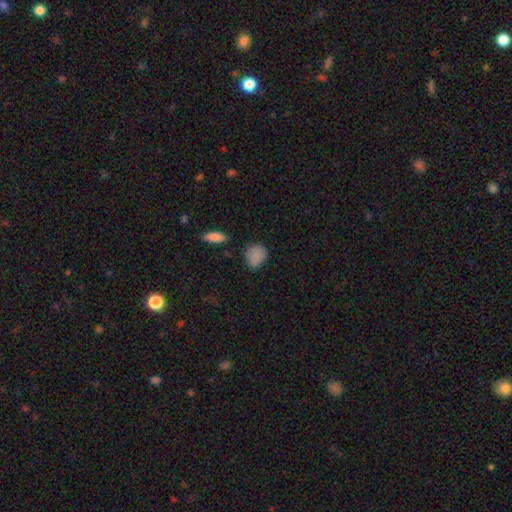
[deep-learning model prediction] smooth-or-featured: smooth: 85% | star or artifact: 10% | featured or disk: 6%
  how-rounded: round: 53% | in between: 45% | cigar-shaped: 2%
  merging: none: 73% | minor disturbance: 20% | major disturbance: 4% | merger: 3%